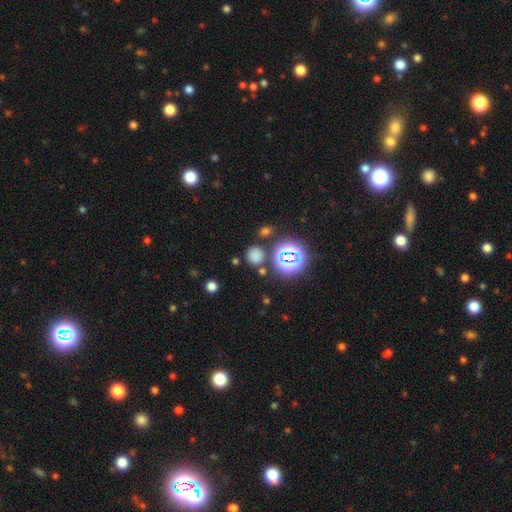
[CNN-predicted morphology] Smooth or featured? smooth (69%)
How rounded? round (89%)
Merging? none (81%)